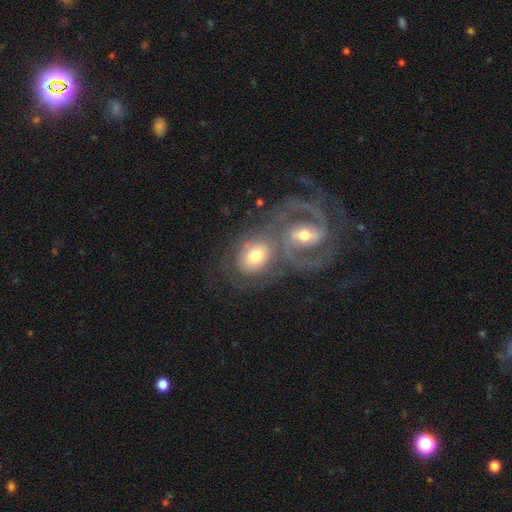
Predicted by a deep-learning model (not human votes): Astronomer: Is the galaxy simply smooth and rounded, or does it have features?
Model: featured or disk — 59%.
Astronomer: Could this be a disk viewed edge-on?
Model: no — 95%.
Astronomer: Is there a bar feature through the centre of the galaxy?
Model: no — 51% (runner-up: weak, 32%).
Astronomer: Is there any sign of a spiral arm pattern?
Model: yes — 78%.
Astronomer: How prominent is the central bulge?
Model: moderate — 69%.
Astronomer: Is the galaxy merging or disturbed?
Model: merger — 53% (runner-up: none, 29%).